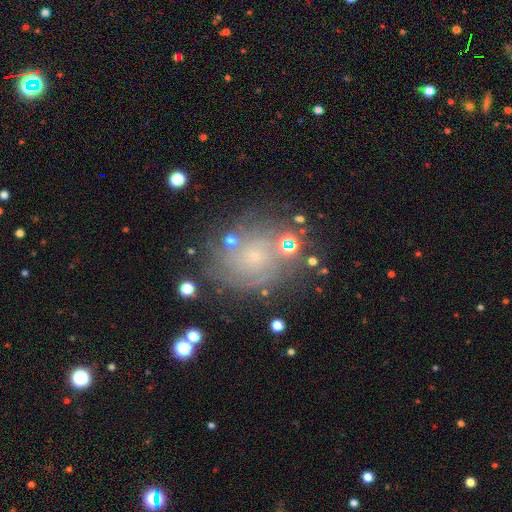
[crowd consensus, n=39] Morphology: type=featured or disk (82%); edge-on=no (97%); bar=no (77%); spiral arms=yes (87%); winding=tight (67%); arm count=can't tell (67%); bulge=small (77%); merging=none (72%).